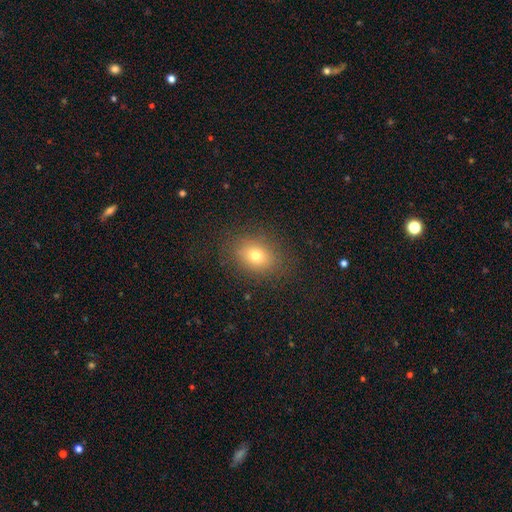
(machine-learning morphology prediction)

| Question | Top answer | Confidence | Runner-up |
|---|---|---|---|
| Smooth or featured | smooth | 74% | star or artifact (14%) |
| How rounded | in between | 56% | round (42%) |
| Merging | none | 84% | minor disturbance (11%) |